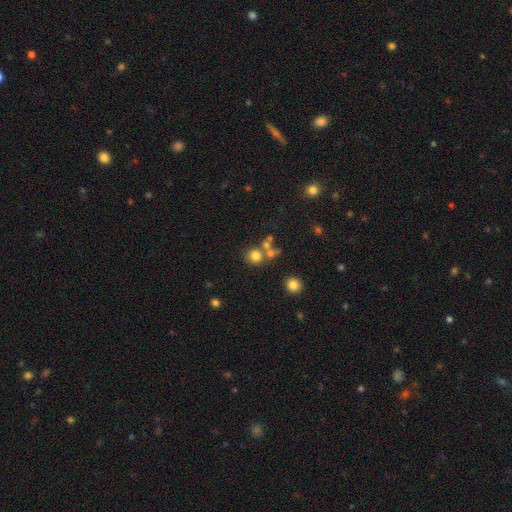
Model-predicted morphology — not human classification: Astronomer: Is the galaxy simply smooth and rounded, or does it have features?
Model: smooth — 74%.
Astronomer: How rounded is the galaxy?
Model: round — 86%.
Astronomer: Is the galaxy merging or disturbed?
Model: none — 58%.